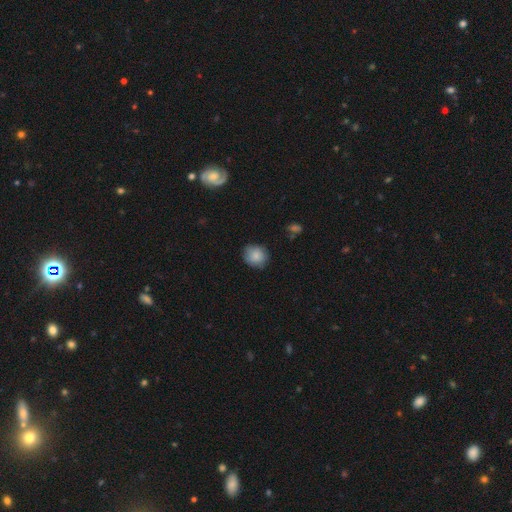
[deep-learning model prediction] The model was most divided on "merging": none: 81%, minor disturbance: 15%, major disturbance: 3%, merger: 1%. More confident: smooth or featured — smooth (85%); how rounded — round (83%).